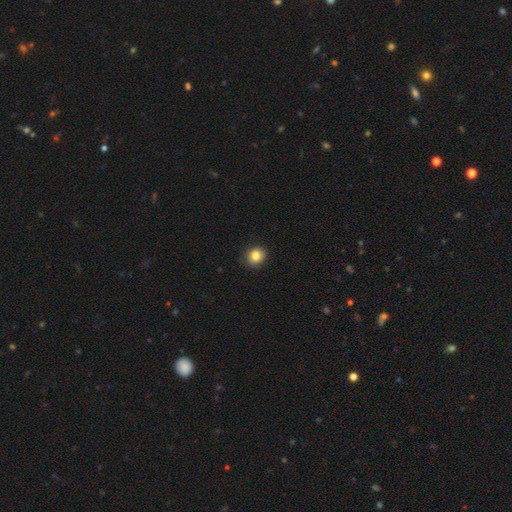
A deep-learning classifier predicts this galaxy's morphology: This appears to be a smooth galaxy with no disk features (84%) that is round (81%). Merging: none (88%).